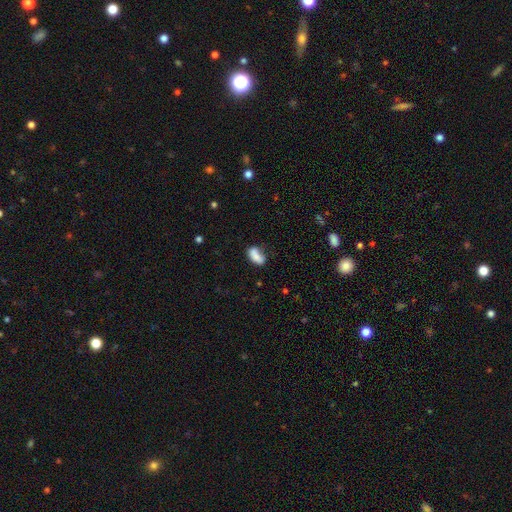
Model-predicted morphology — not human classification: This is likely a smooth galaxy (79%). How rounded: clearly in between (88%). Merging: marginally none (45%).